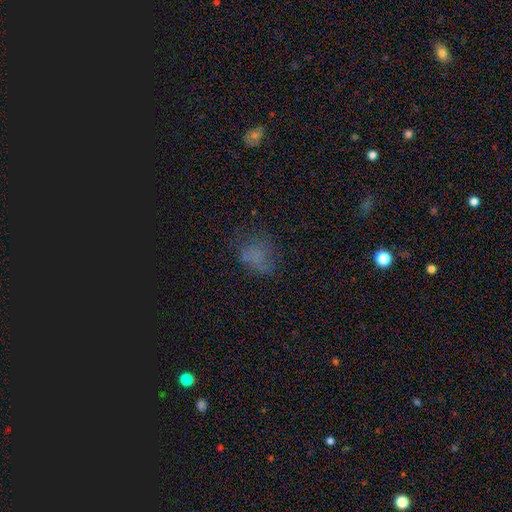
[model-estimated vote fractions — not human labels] A smooth galaxy with no disk features (58%) that is in between round and cigar-shaped (57%). Merging: none (52%).